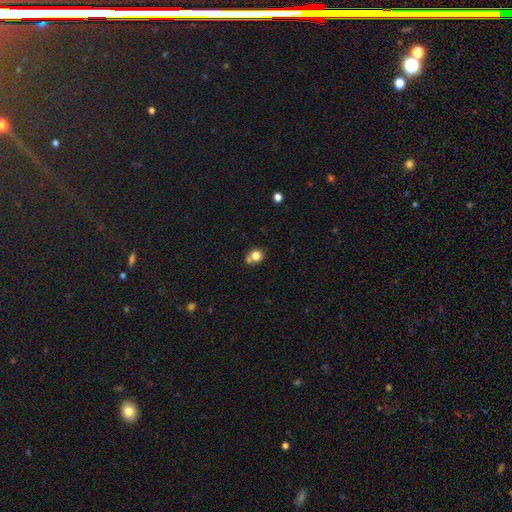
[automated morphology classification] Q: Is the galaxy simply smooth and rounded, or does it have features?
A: smooth — 79%.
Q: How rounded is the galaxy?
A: round — 85%.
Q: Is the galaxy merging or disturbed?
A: none — 59%.